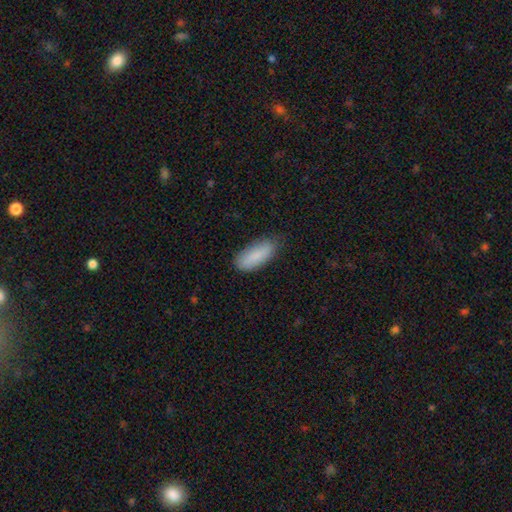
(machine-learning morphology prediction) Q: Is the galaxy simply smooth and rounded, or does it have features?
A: smooth — 86%.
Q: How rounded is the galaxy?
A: in between — 79%.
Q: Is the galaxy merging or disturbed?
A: none — 78%.